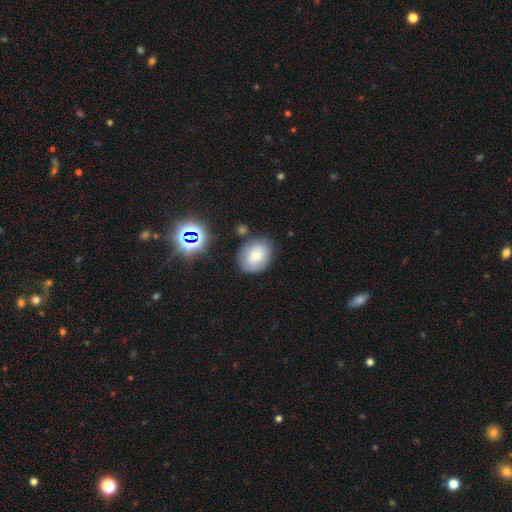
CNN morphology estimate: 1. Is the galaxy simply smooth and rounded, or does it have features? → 76% smooth, 13% featured or disk, 11% star or artifact.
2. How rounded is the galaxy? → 52% round, 47% in between, 1% cigar-shaped.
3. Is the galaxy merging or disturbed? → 77% none, 15% minor disturbance, 4% merger, 4% major disturbance.